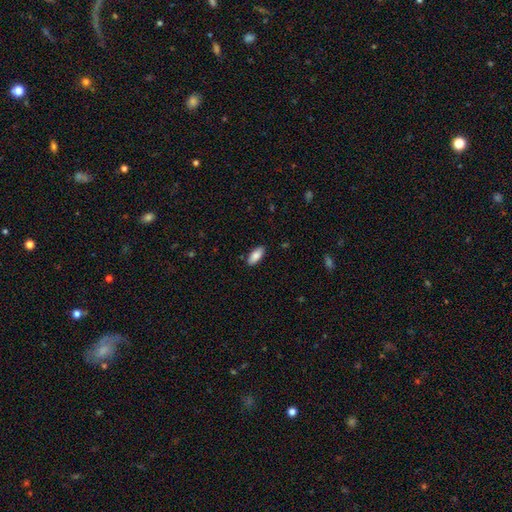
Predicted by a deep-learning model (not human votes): This appears to be a smooth galaxy with no disk features (88%) that is in between round and cigar-shaped (86%). Merging: none (87%).